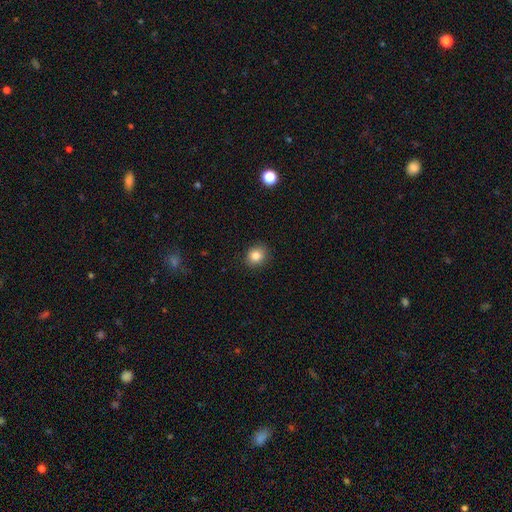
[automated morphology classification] This appears to be a smooth galaxy with no disk features (83%) that is round (76%). Merging: none (89%).